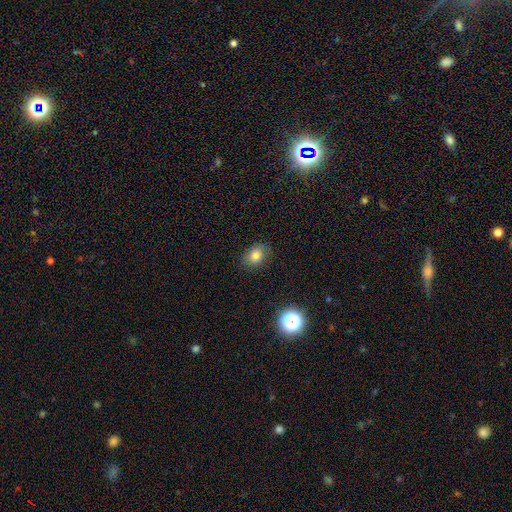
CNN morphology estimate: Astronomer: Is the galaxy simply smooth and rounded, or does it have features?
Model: smooth — 80%.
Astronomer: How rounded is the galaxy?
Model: in between — 64%.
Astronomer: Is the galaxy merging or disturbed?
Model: none — 83%.